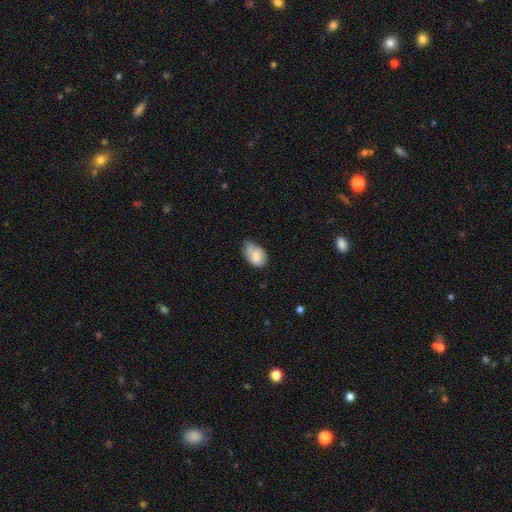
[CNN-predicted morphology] Smooth or featured?
  - smooth: 79% *
  - featured or disk: 14%
  - star or artifact: 8%
How rounded?
  - in between: 85% *
  - round: 14%
  - cigar-shaped: 1%
Merging?
  - minor disturbance: 49% *
  - none: 33%
  - major disturbance: 14%
  - merger: 4%